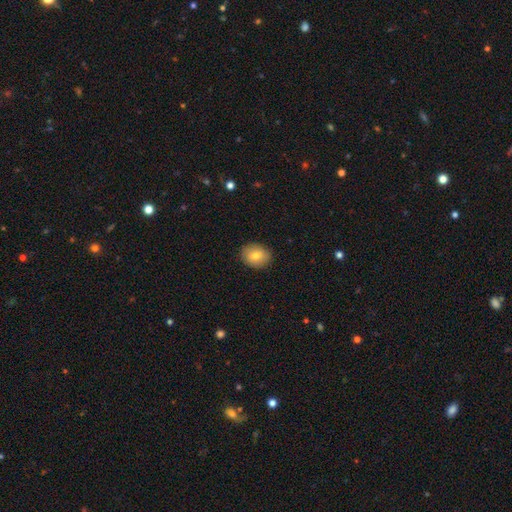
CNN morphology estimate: A smooth galaxy with no disk features (78%) that is in between round and cigar-shaped (52%).

Vote fractions:
- Smooth or featured? smooth: 78% / featured or disk: 14% / star or artifact: 8%
- How rounded? in between: 52% / round: 47% / cigar-shaped: 1%
- Merging? none: 88% / minor disturbance: 9% / major disturbance: 2% / merger: 1%